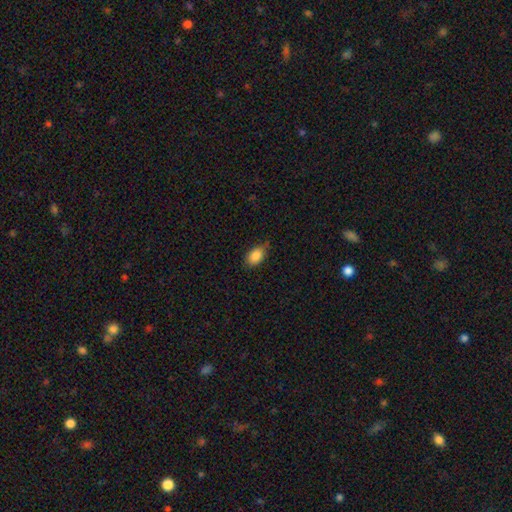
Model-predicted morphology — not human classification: The model was most divided on "merging": none: 74%, minor disturbance: 21%, major disturbance: 4%, merger: 1%. More confident: how rounded — in between (89%); smooth or featured — smooth (87%).